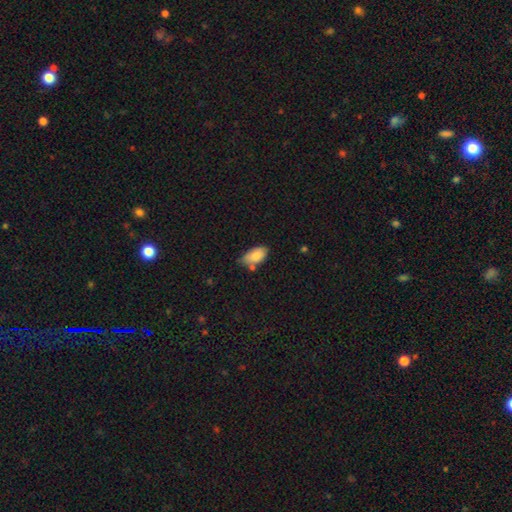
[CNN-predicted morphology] A smooth galaxy with no disk features (83%) that is in between round and cigar-shaped (93%).

Vote fractions:
- Smooth or featured? smooth: 83% / featured or disk: 9% / star or artifact: 7%
- How rounded? in between: 93% / round: 4% / cigar-shaped: 3%
- Merging? none: 55% / minor disturbance: 31% / merger: 9% / major disturbance: 5%